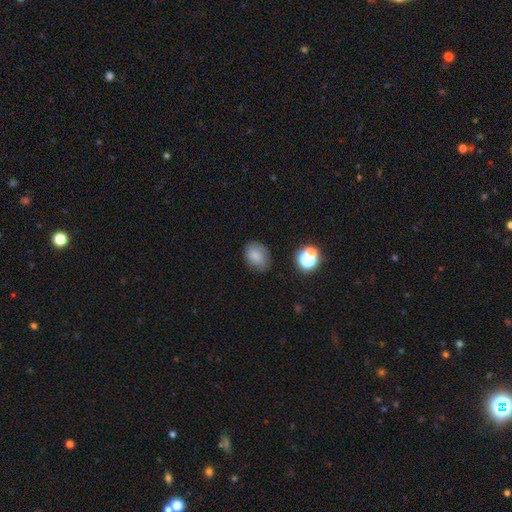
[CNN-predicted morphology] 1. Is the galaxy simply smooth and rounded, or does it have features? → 78% smooth, 13% star or artifact, 9% featured or disk.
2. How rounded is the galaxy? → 69% in between, 29% round, 1% cigar-shaped.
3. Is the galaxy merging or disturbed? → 73% none, 20% minor disturbance, 5% major disturbance, 2% merger.